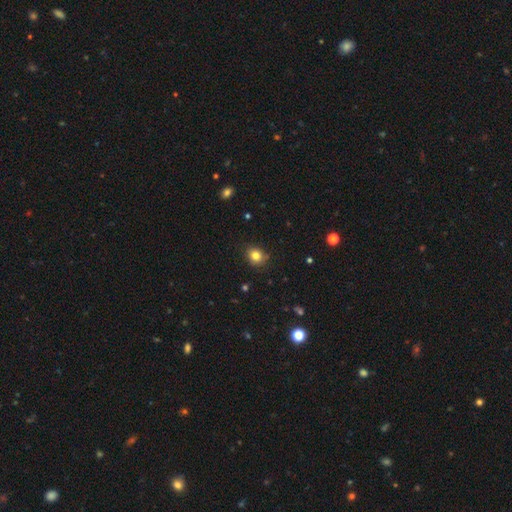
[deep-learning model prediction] Smooth or featured? smooth (81%)
How rounded? round (73%)
Merging? none (84%)